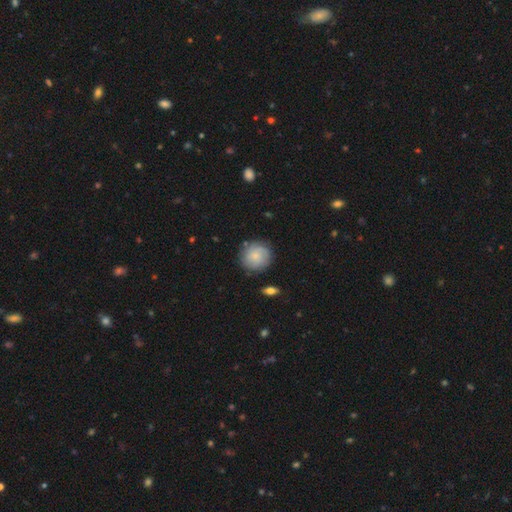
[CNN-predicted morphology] This appears to be a smooth galaxy with no disk features (67%) that is round (90%). Merging: none (79%).